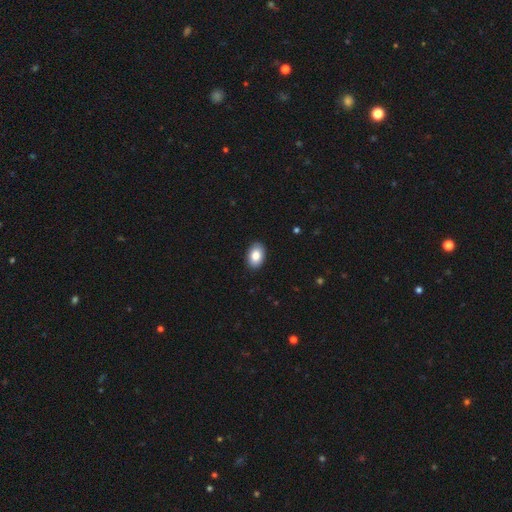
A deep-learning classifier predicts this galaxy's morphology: This appears to be a smooth galaxy with no disk features (85%) that is in between round and cigar-shaped (88%). Merging: none (90%).